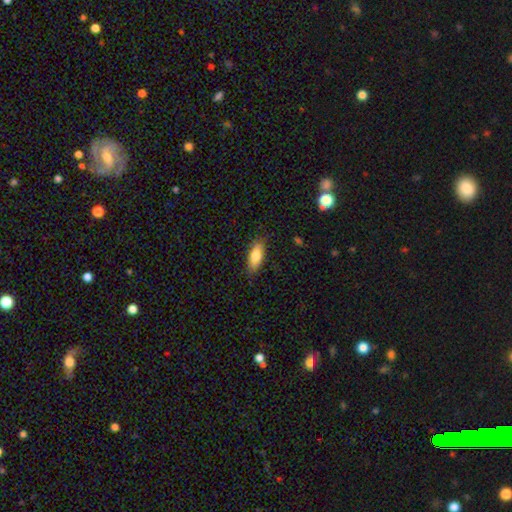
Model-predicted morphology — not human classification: A smooth galaxy with no disk features (77%) that is in between round and cigar-shaped (74%). Merging: none (82%).